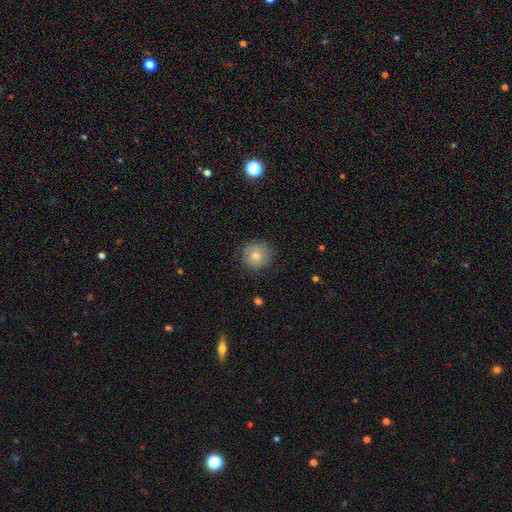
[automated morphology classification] Q: Smooth or featured?
A: smooth (60%); runner-up: featured or disk (26%)
Q: How rounded?
A: round (93%); runner-up: in between (6%)
Q: Merging?
A: none (85%); runner-up: minor disturbance (11%)